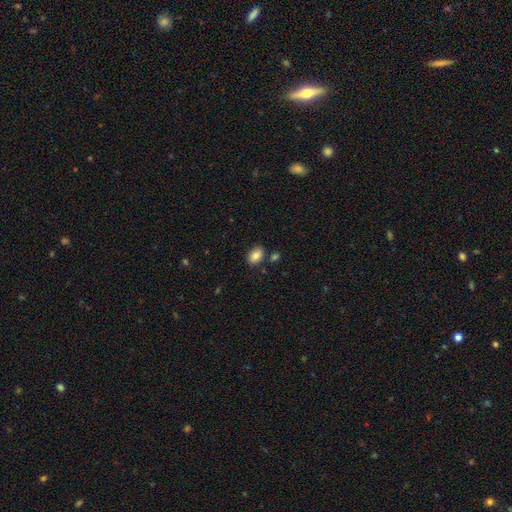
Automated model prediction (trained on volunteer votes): This appears to be a smooth galaxy with no disk features (83%) that is in between round and cigar-shaped (79%). Merging: none (81%).